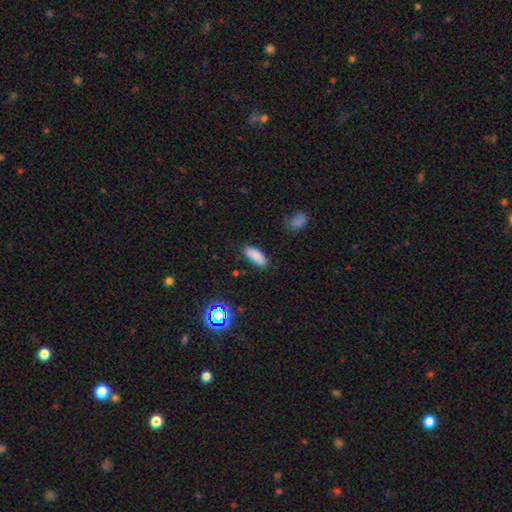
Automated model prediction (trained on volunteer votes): Overall: smooth (84%). How rounded: in between (75%). Merging: none (83%).